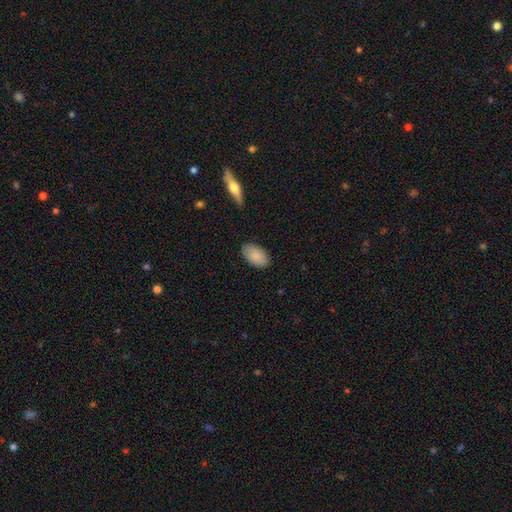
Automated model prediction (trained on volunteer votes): Smooth or featured: smooth — 88% (star or artifact — 6%)
How rounded: in between — 95% (round — 4%)
Merging: none — 86% (minor disturbance — 11%)